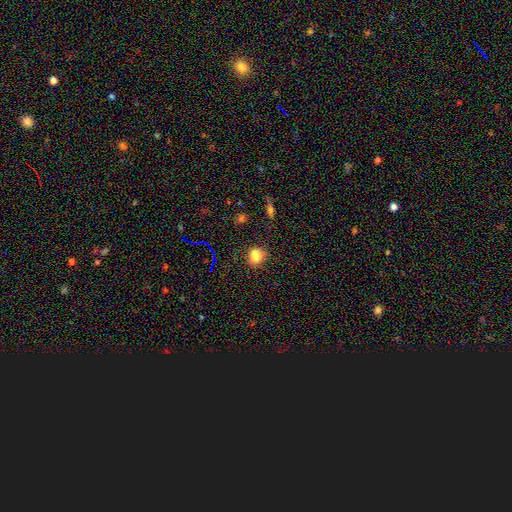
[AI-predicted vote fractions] Smooth or featured: smooth — 78% (star or artifact — 16%)
How rounded: in between — 50% (round — 48%)
Merging: none — 79% (minor disturbance — 15%)